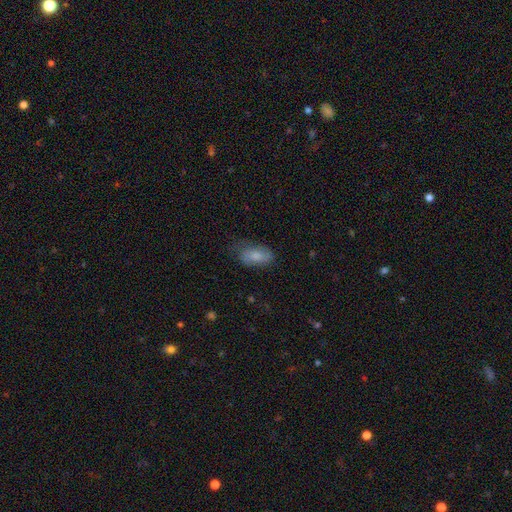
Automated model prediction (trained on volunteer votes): smooth 75%, featured or disk 18%, star or artifact 7%. Down the decision tree: how rounded — in between (91%); merging — none (60%).